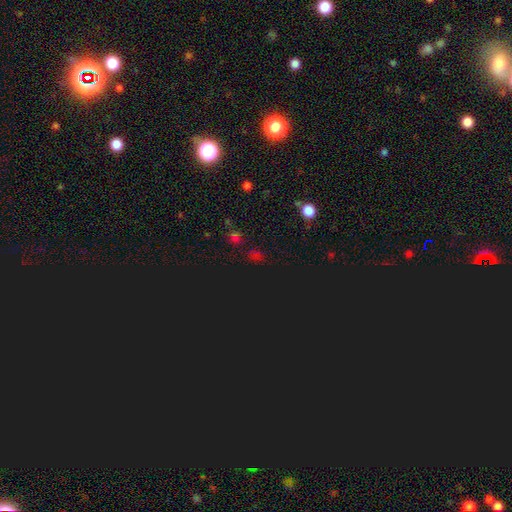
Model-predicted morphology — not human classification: The model was most divided on "smooth or featured": star or artifact: 66%, smooth: 28%, featured or disk: 6%.